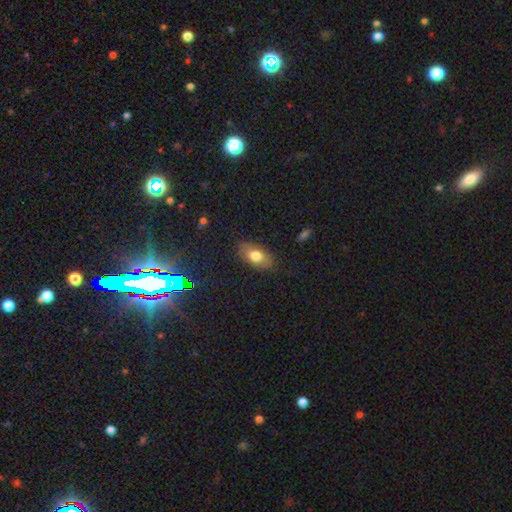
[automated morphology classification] This is likely a smooth galaxy (72%). How rounded: clearly in between (90%). Merging: clearly none (82%).